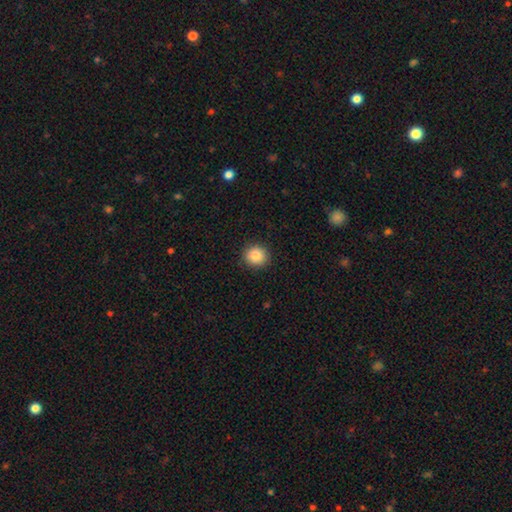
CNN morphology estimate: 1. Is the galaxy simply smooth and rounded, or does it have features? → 85% smooth, 9% star or artifact, 6% featured or disk.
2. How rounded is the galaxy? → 87% round, 12% in between, 1% cigar-shaped.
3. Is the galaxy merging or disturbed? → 91% none, 7% minor disturbance, 2% major disturbance, 1% merger.